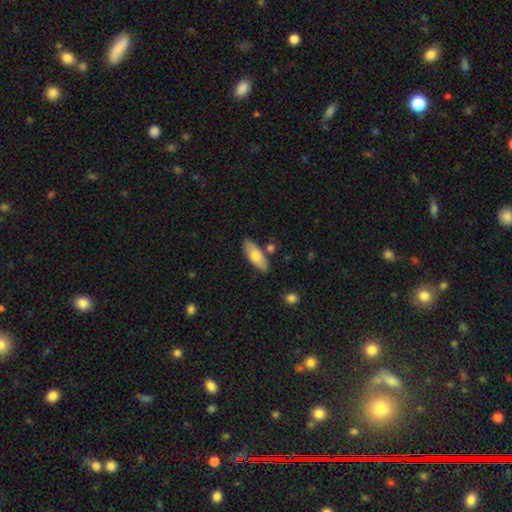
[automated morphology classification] Smooth or featured? Predicted: smooth (p=0.74). How rounded? Predicted: in between (p=0.74). Merging? Predicted: none (p=0.80).